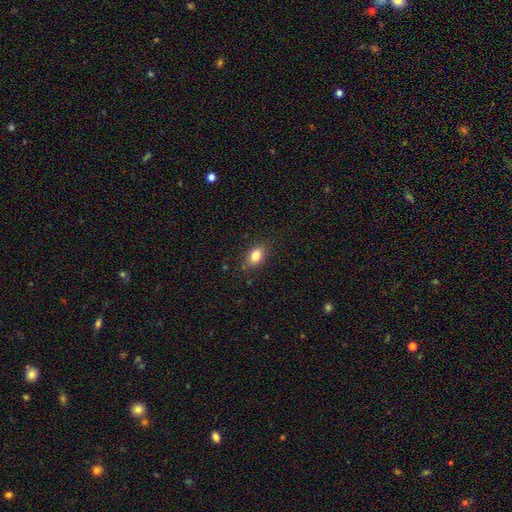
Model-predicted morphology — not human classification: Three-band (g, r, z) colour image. It shows a smooth galaxy with no disk features (82%) that is in between round and cigar-shaped (82%). Merging: none (83%).